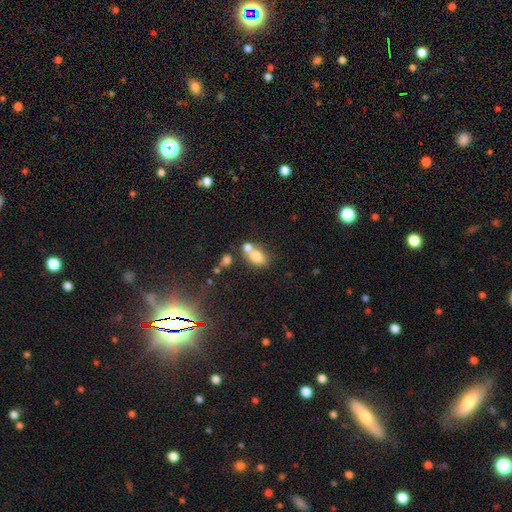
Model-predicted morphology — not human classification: Smooth or featured? smooth (74%)
How rounded? in between (75%)
Merging? merger (46%)